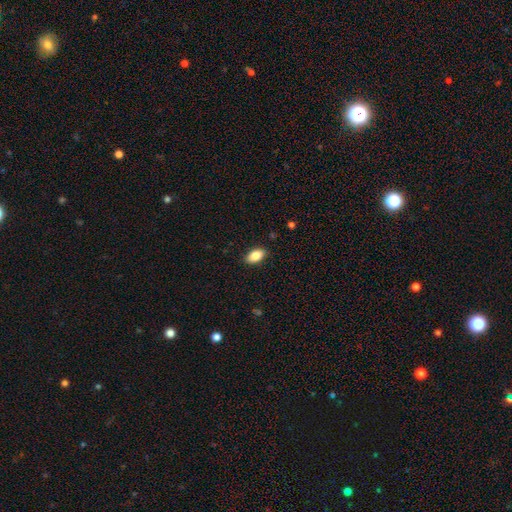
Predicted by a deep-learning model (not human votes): smooth 83%, featured or disk 9%, star or artifact 7%. Down the decision tree: how rounded — in between (91%); merging — none (89%).